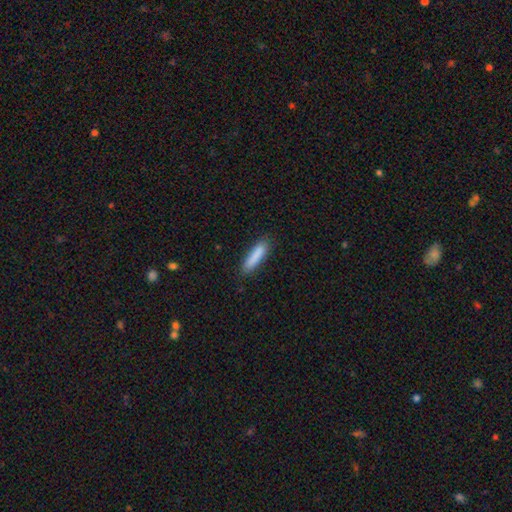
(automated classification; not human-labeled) Smooth or featured: smooth — 86% (featured or disk — 8%)
How rounded: cigar-shaped — 80% (in between — 19%)
Merging: none — 83% (minor disturbance — 13%)